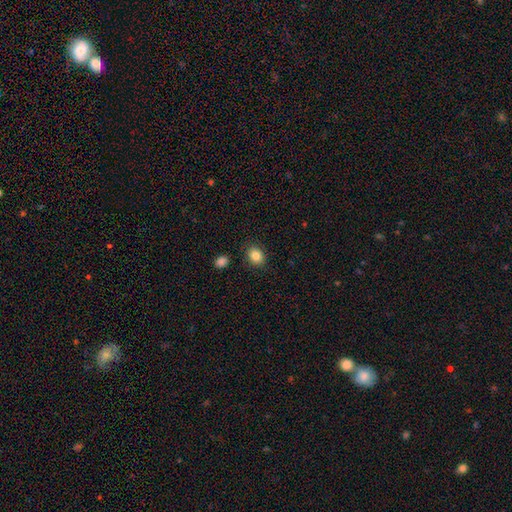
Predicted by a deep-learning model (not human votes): Smooth or featured? Predicted: smooth (p=0.85). How rounded? Predicted: round (p=0.54). Merging? Predicted: none (p=0.88).